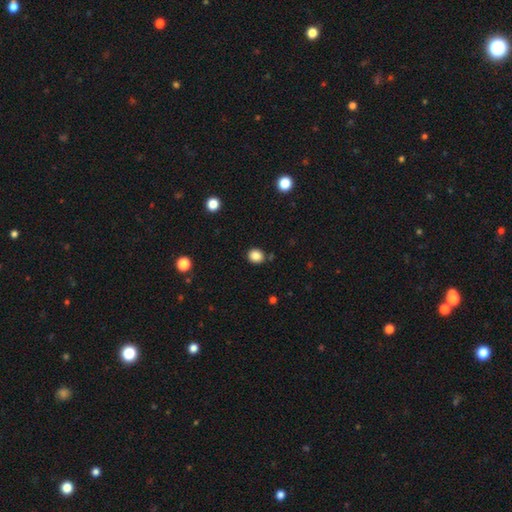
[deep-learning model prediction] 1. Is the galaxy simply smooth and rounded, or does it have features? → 85% smooth, 11% star or artifact, 4% featured or disk.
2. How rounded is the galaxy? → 73% round, 26% in between, 1% cigar-shaped.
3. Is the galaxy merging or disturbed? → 84% none, 9% minor disturbance, 4% merger, 3% major disturbance.